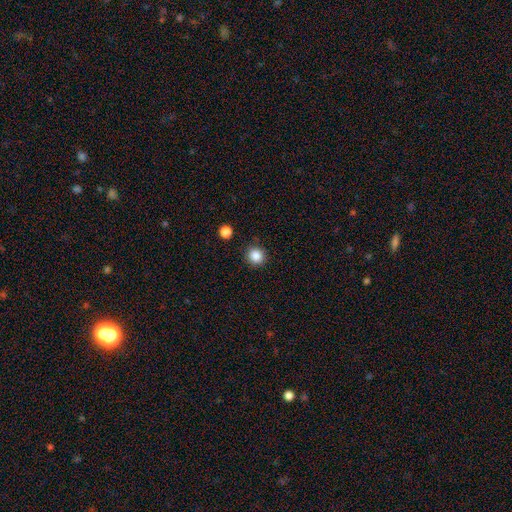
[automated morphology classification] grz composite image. It shows a smooth galaxy with no disk features (85%) that is round (92%). Merging: none (89%).